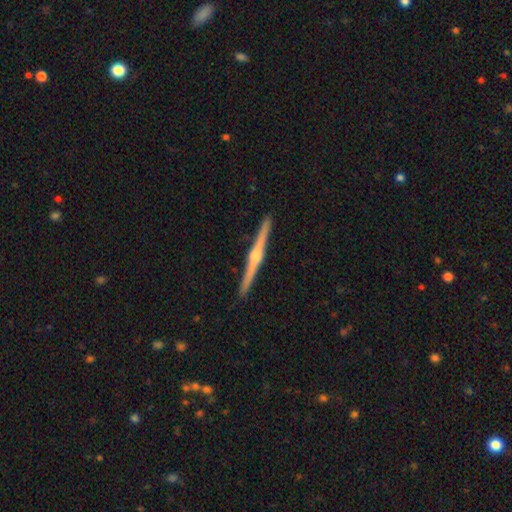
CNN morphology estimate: Smooth or featured? featured or disk (84%)
Edge-on disk? yes (99%)
Edge-on bulge? rounded (92%)
Merging? none (93%)